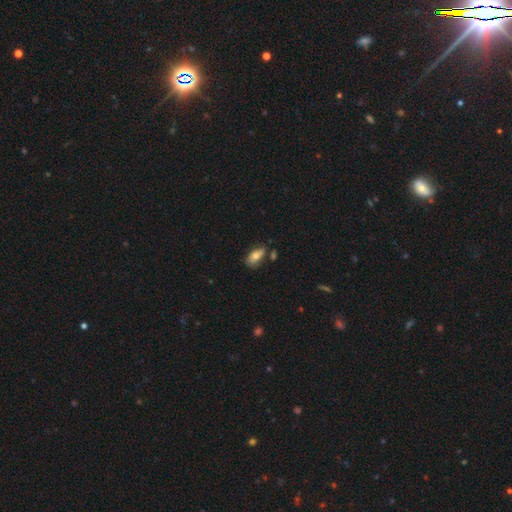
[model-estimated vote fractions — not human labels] Overall: smooth (71%). How rounded: in between (92%). Merging: none (63%).